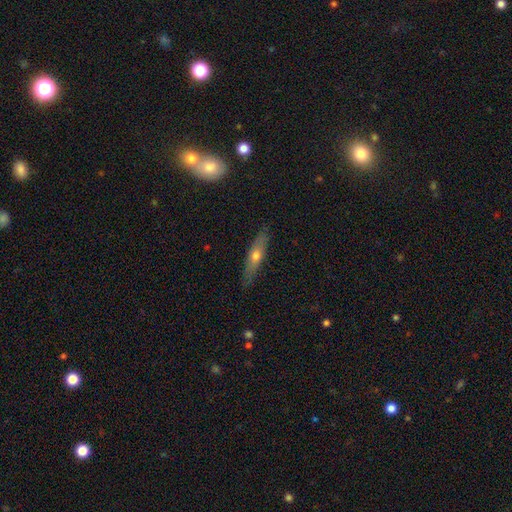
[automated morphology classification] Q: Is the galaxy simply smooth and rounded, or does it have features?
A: featured or disk — 53%.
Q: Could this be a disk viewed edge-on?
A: yes — 82%.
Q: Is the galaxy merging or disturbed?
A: none — 84%.